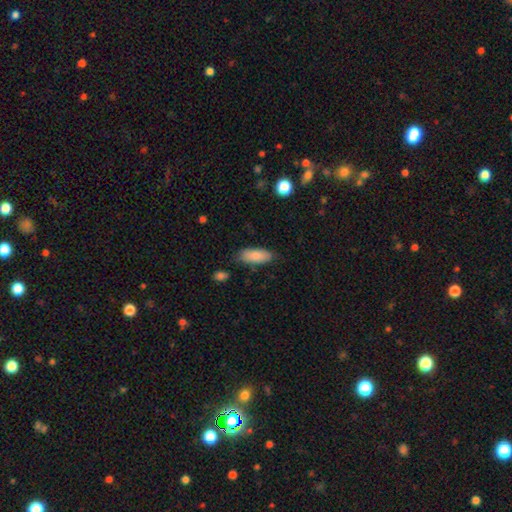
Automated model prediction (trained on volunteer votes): A smooth galaxy with no disk features (85%) that is in between round and cigar-shaped (80%).

Vote fractions:
- Smooth or featured? smooth: 85% / featured or disk: 9% / star or artifact: 6%
- How rounded? in between: 80% / cigar-shaped: 18% / round: 2%
- Merging? none: 78% / minor disturbance: 17% / major disturbance: 3% / merger: 2%